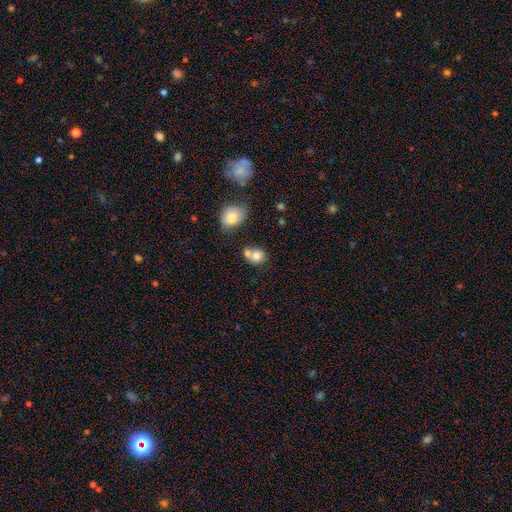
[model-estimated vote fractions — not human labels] smooth 77%, featured or disk 13%, star or artifact 10%. Down the decision tree: how rounded — round (72%); merging — merger (48%).